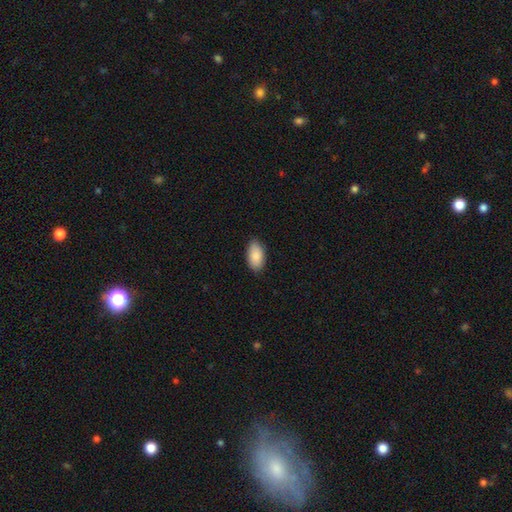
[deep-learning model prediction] Smooth or featured? smooth (88%)
How rounded? in between (95%)
Merging? none (85%)